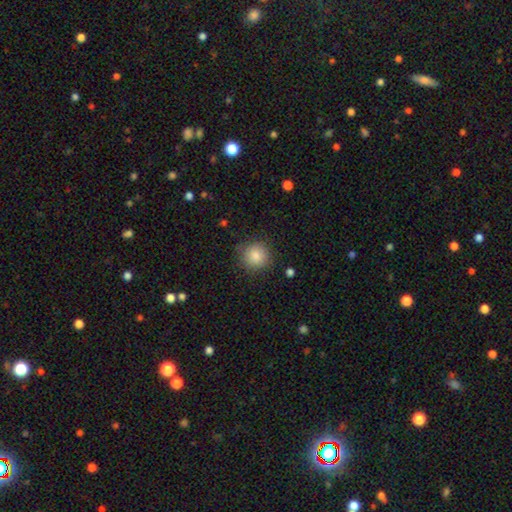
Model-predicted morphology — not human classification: smooth_or_featured: smooth (p=0.85) [alt: star or artifact p=0.09]
how_rounded: round (p=0.93) [alt: in between p=0.06]
merging: none (p=0.86) [alt: minor disturbance p=0.10]